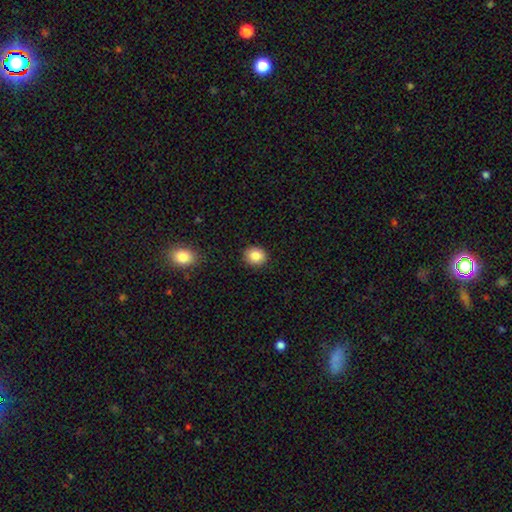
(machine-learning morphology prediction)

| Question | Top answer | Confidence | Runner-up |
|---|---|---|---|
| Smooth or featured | smooth | 85% | star or artifact (9%) |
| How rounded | round | 77% | in between (22%) |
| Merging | none | 90% | minor disturbance (7%) |